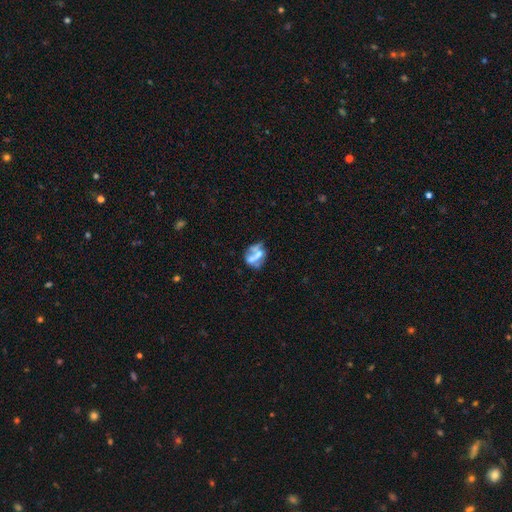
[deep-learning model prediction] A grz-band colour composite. It shows a featured or disk galaxy (49%). Merging: none (35%).